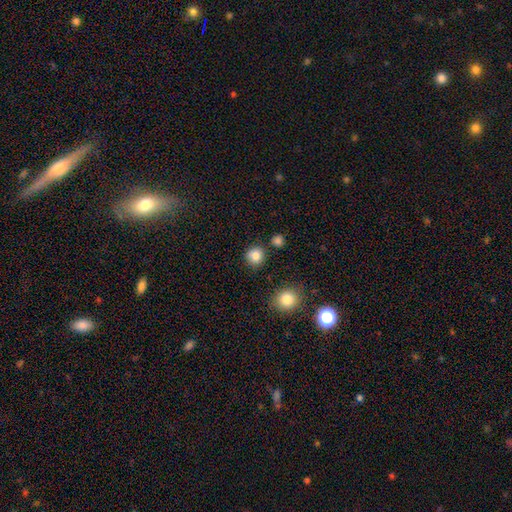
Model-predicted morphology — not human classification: This is clearly a smooth galaxy (84%). How rounded: clearly round (90%). Merging: clearly none (85%).